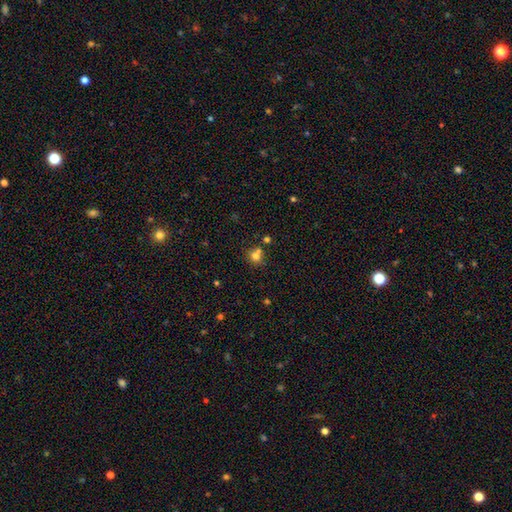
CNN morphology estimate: smooth 75%, star or artifact 15%, featured or disk 10%. Down the decision tree: how rounded — round (87%); merging — none (59%).